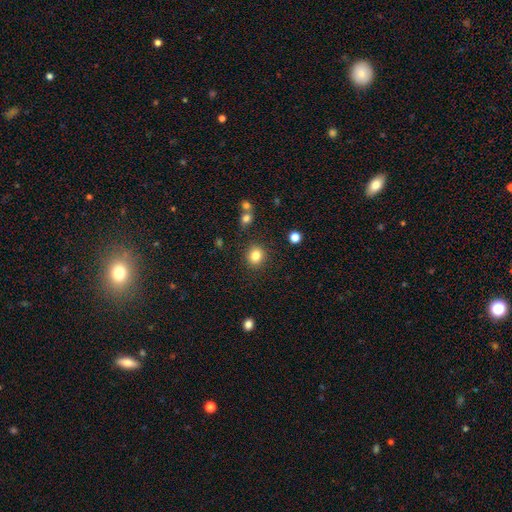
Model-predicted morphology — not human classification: Overall: smooth (83%). How rounded: round (82%). Merging: none (88%).